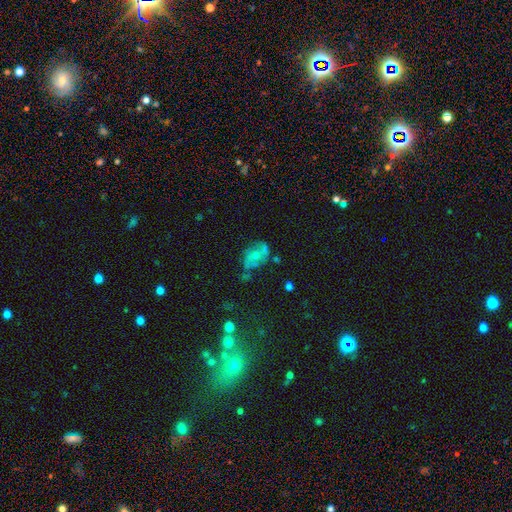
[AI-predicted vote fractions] This is possibly a featured or disk galaxy (50%). It is clearly not viewed edge-on (96%). Merging: marginally none (41%).